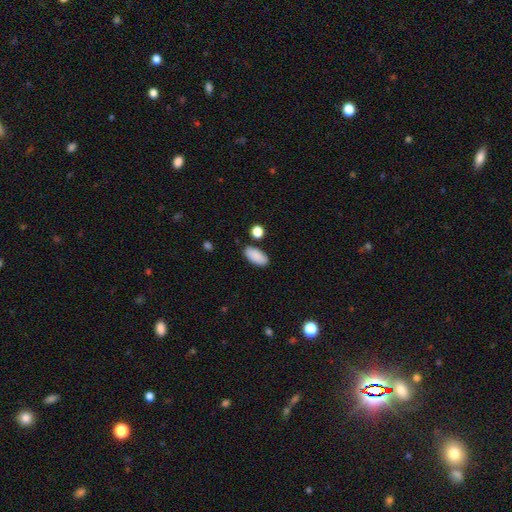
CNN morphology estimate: This appears to be a smooth galaxy with no disk features (89%) that is in between round and cigar-shaped (91%). Merging: none (82%).